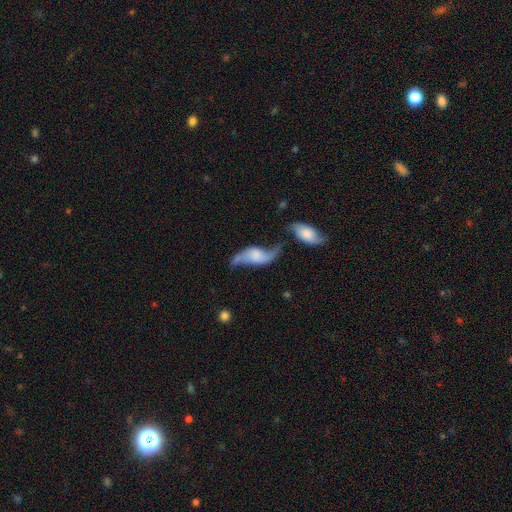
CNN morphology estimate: The model was most divided on "bulge size": none: 39%, small: 22%, moderate: 20%, large: 15%, dominant: 5%. Remaining: spiral arm count — 2 (92%); spiral arms — yes (91%); spiral winding — loose (90%); edge-on disk — no (90%); smooth or featured — featured or disk (76%); bar — no (56%); merging — none (46%).